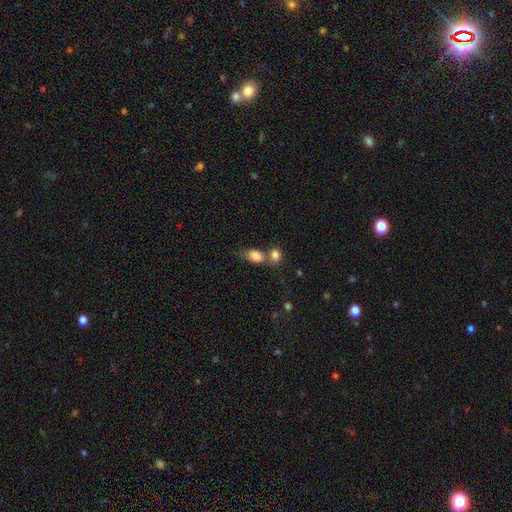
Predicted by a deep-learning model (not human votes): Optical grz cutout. It shows a smooth galaxy with no disk features (84%) that is in between round and cigar-shaped (80%). Merging: merger (48%).